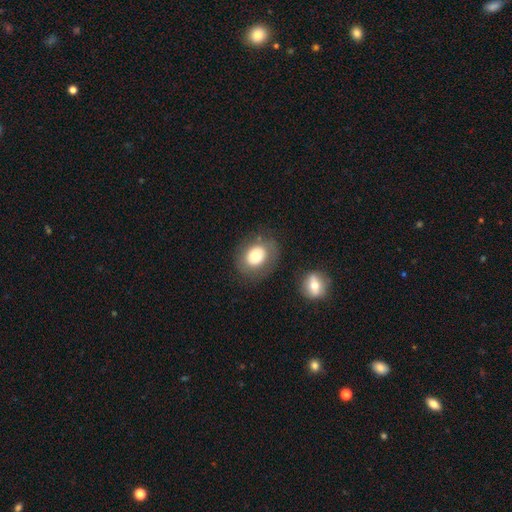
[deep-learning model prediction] Q: Smooth or featured?
A: smooth (65%); runner-up: featured or disk (25%)
Q: How rounded?
A: round (52%); runner-up: in between (47%)
Q: Merging?
A: none (77%); runner-up: minor disturbance (13%)